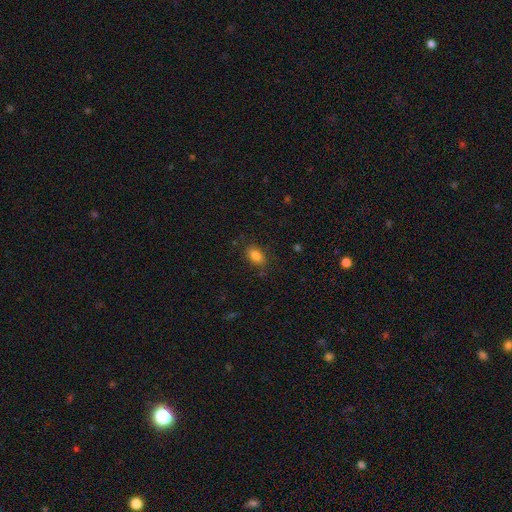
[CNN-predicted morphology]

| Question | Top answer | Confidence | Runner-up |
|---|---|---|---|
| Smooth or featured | smooth | 85% | star or artifact (10%) |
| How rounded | in between | 86% | round (12%) |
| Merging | none | 82% | minor disturbance (13%) |